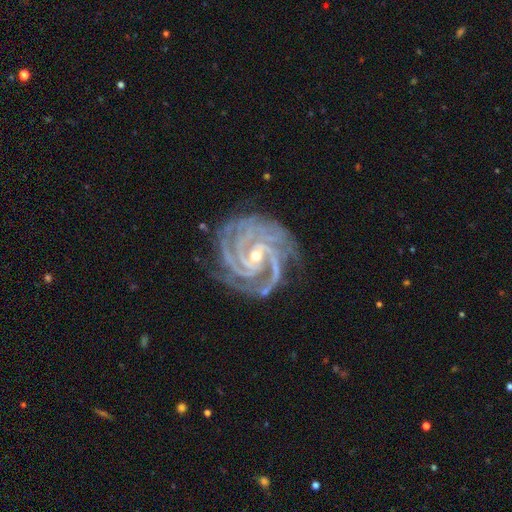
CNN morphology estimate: This is clearly a featured or disk galaxy (93%). It is clearly not viewed edge-on (98%). Bar: marginally no (39%). Spiral arm pattern: clearly yes (99%). Spiral arm count: marginally 4 (30%, tied with 3). Spiral winding: likely tight (77%). Central bulge: likely small (64%). Merging: likely none (77%).